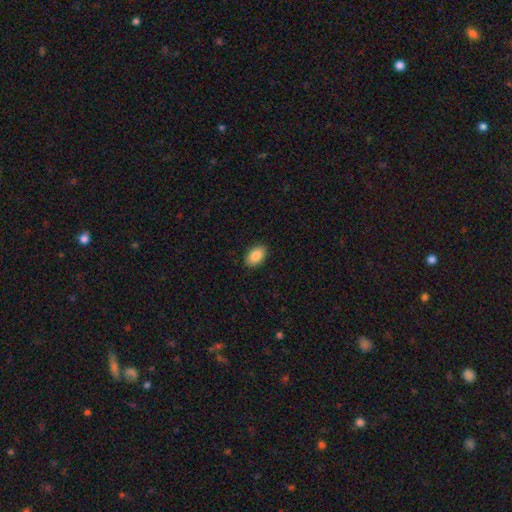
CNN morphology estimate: Smooth or featured? smooth (87%)
How rounded? in between (90%)
Merging? none (90%)